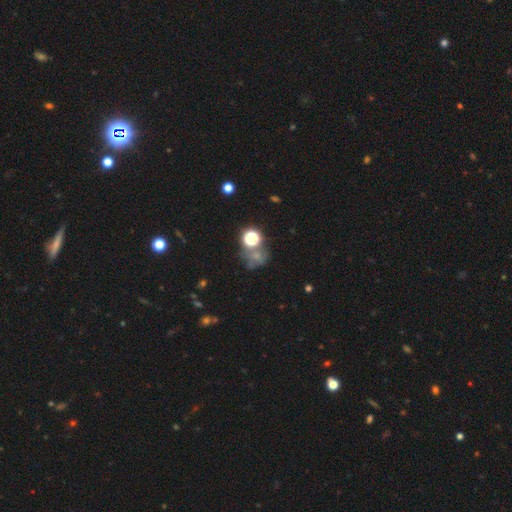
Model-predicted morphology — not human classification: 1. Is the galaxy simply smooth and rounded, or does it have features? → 48% smooth, 37% star or artifact, 15% featured or disk.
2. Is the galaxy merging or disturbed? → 49% none, 19% merger, 16% minor disturbance, 16% major disturbance.